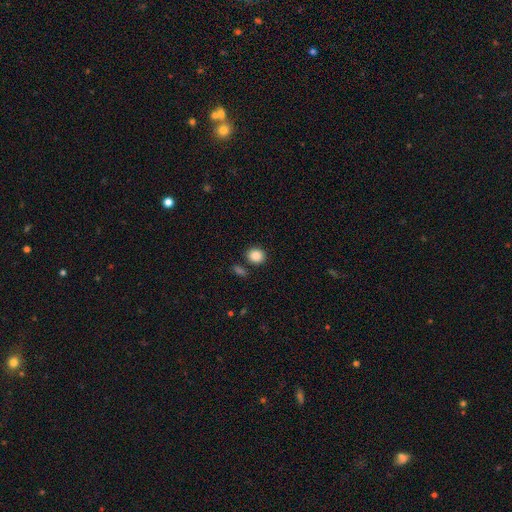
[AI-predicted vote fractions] Overall: smooth (88%). How rounded: round (76%). Merging: none (82%).